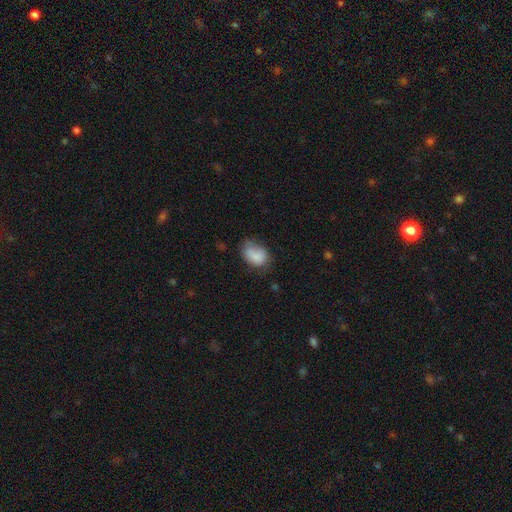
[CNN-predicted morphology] This is clearly a smooth galaxy (81%). How rounded: likely in between (74%). Merging: possibly none (49%).